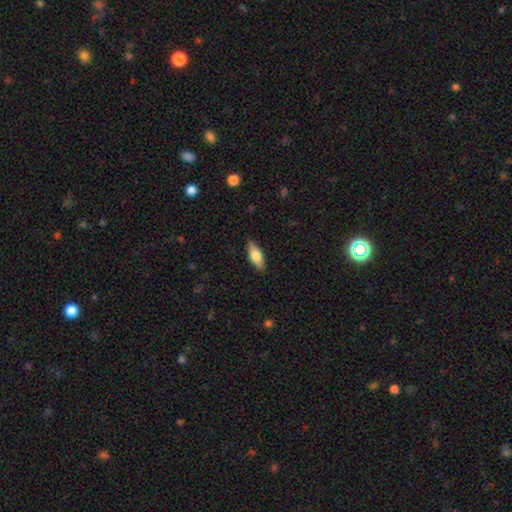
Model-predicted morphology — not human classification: Overall: smooth (71%). How rounded: in between (75%). Merging: none (86%).